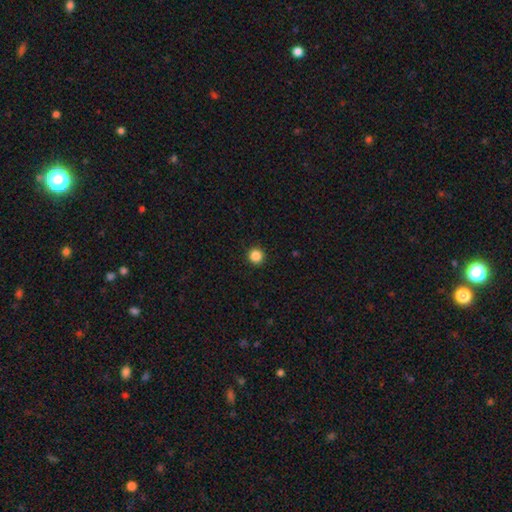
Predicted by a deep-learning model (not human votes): Morphology: type=smooth (86%); roundness=round (96%); merging=none (94%).